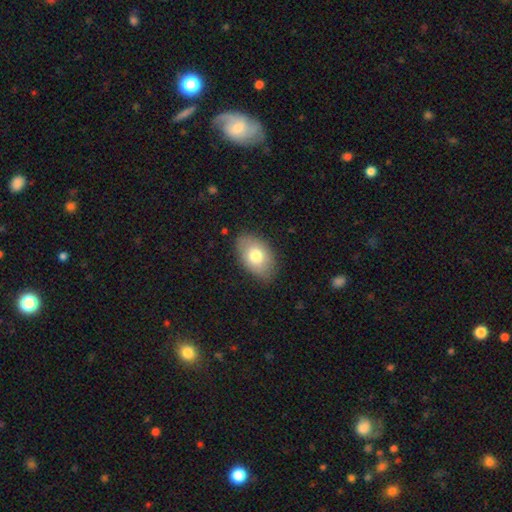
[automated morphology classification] Overall: smooth (75%). How rounded: in between (90%). Merging: none (81%).